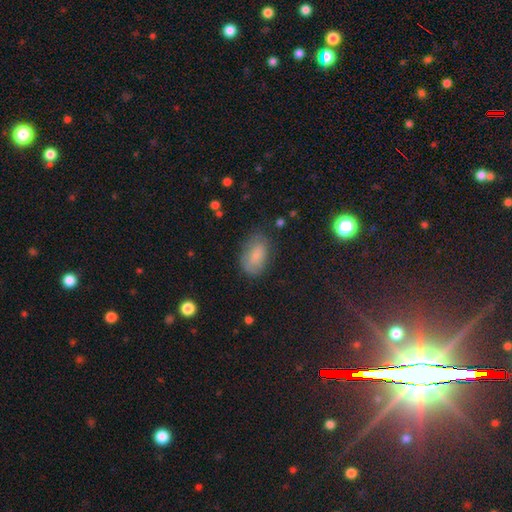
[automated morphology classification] smooth-or-featured: smooth: 69% | featured or disk: 18% | star or artifact: 13%
  how-rounded: in between: 90% | round: 8% | cigar-shaped: 2%
  merging: none: 69% | minor disturbance: 22% | major disturbance: 7% | merger: 2%